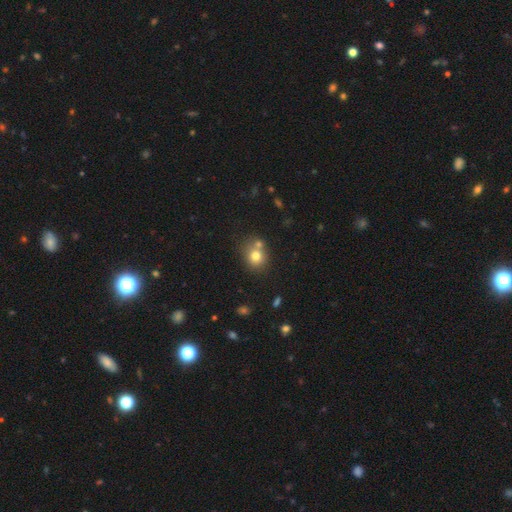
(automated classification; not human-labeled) This appears to be a smooth galaxy with no disk features (75%) that is round (76%). Merging: none (55%).